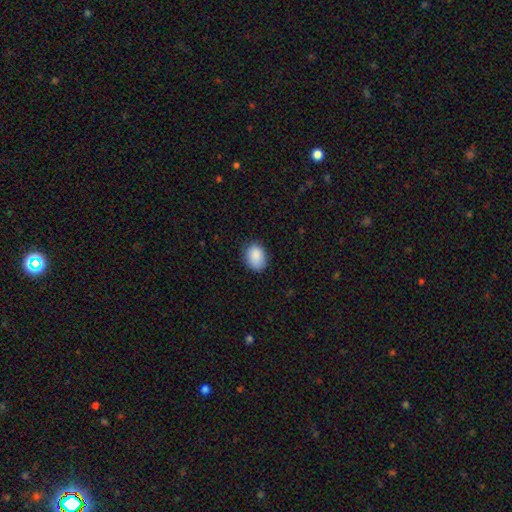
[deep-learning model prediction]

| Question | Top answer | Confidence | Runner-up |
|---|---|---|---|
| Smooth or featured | smooth | 89% | star or artifact (7%) |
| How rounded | in between | 68% | round (31%) |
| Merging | none | 80% | minor disturbance (16%) |